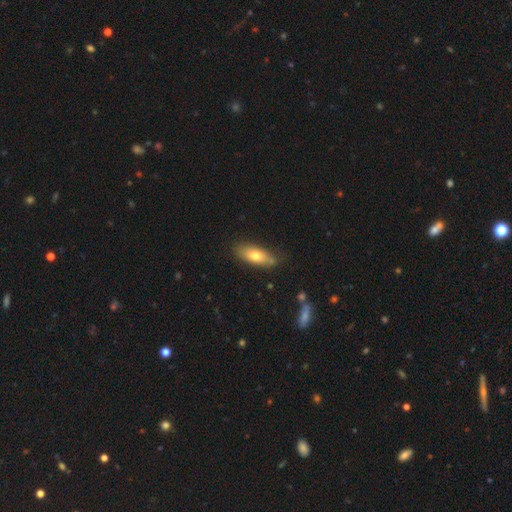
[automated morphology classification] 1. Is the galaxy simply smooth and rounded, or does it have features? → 70% smooth, 23% featured or disk, 7% star or artifact.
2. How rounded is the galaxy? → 74% in between, 23% cigar-shaped, 3% round.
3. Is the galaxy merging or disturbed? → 74% none, 19% minor disturbance, 4% merger, 4% major disturbance.